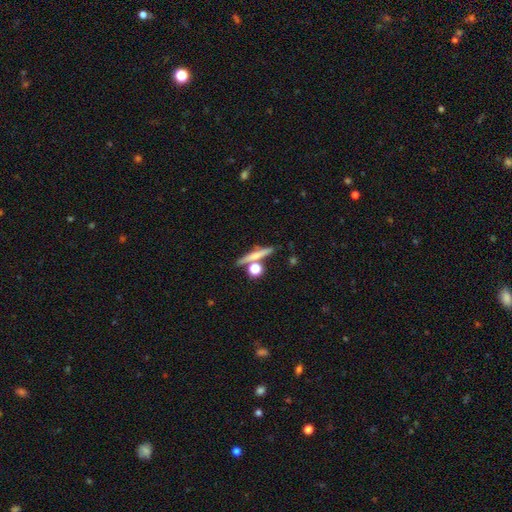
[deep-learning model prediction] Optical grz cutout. It shows a smooth galaxy with no disk features (48%). Merging: none (69%).